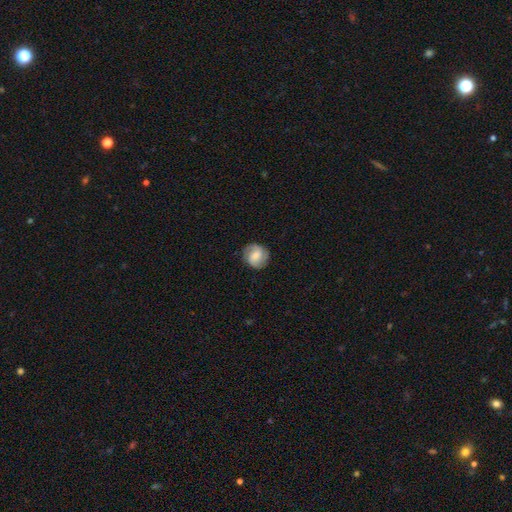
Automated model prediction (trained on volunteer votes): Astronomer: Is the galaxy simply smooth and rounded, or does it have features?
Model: featured or disk — 53% (runner-up: smooth, 39%).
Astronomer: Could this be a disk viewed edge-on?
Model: no — 97%.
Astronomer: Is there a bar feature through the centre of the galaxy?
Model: weak — 45% (runner-up: no, 41%).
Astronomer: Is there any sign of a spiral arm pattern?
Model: yes — 90%.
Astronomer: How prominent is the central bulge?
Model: moderate — 41% (runner-up: small, 30%).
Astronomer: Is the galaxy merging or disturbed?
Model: none — 82%.